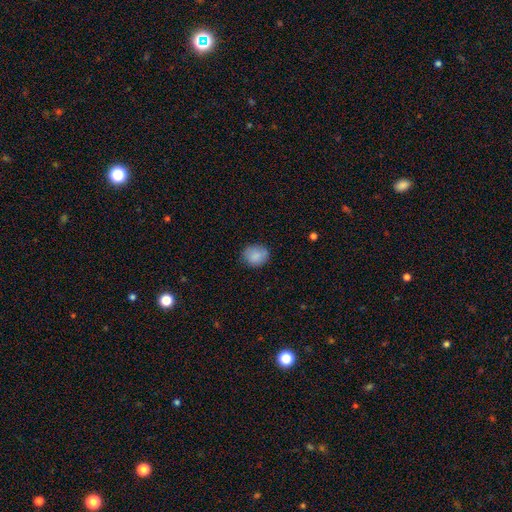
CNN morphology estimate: The model was most divided on "how rounded": round: 71%, in between: 28%, cigar-shaped: 1%. More confident: smooth or featured — smooth (85%); merging — none (77%).